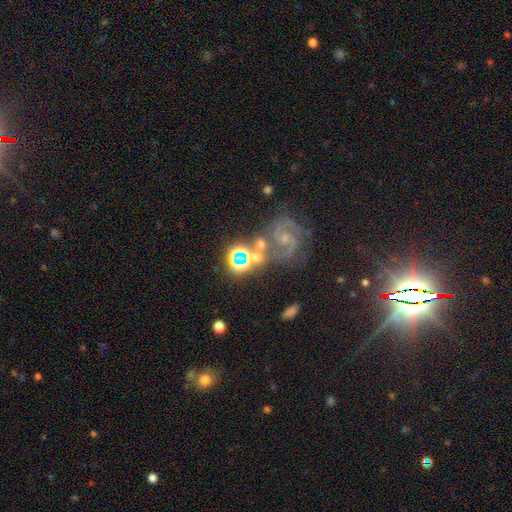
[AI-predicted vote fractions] This is possibly a featured or disk galaxy (50%). Merging: possibly none (50%).